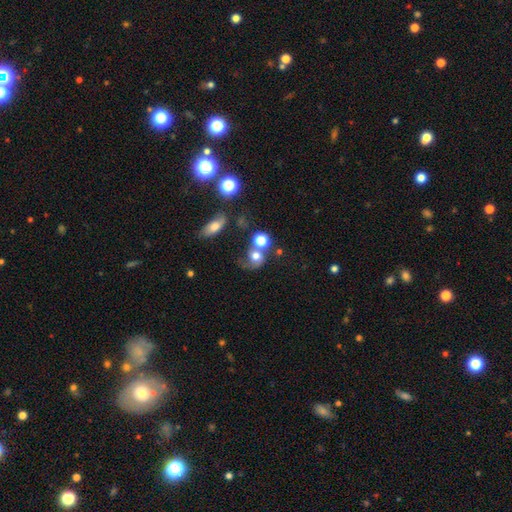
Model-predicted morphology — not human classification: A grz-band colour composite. It shows a smooth galaxy with no disk features (63%) that is round (68%). Merging: merger (38%).